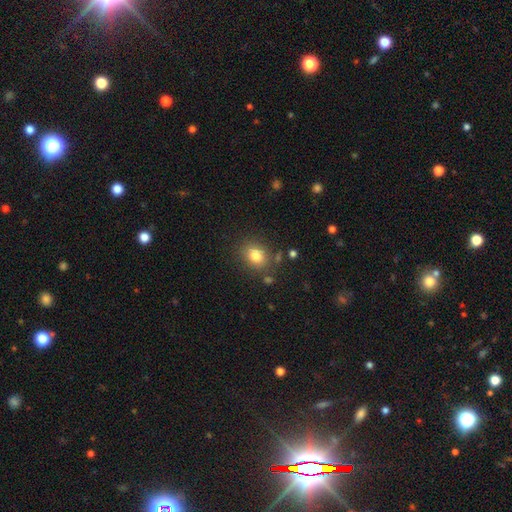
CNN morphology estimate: A smooth galaxy with no disk features (81%) that is round (54%).

Vote fractions:
- Smooth or featured? smooth: 81% / star or artifact: 11% / featured or disk: 8%
- How rounded? round: 54% / in between: 45% / cigar-shaped: 1%
- Merging? none: 80% / minor disturbance: 12% / merger: 4% / major disturbance: 4%